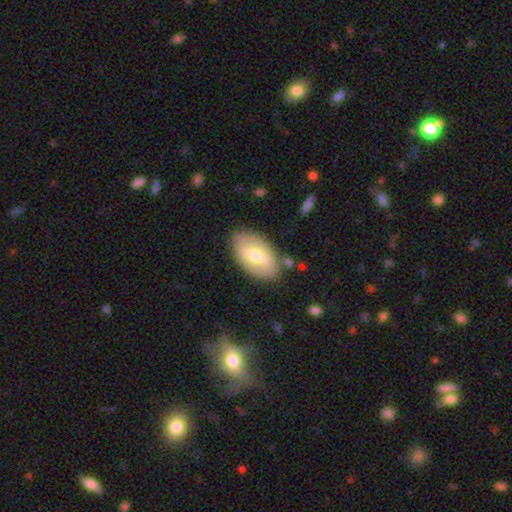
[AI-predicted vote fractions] Smooth or featured: smooth — 56% (featured or disk — 38%)
How rounded: in between — 93% (round — 5%)
Merging: none — 80% (minor disturbance — 14%)